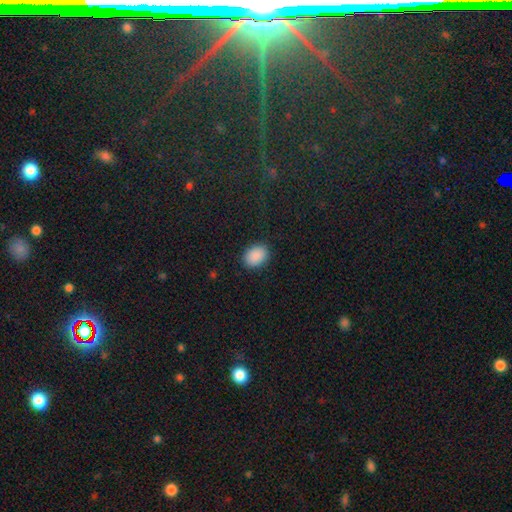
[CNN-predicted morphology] smooth_or_featured: smooth (p=0.90) [alt: star or artifact p=0.07]
how_rounded: in between (p=0.68) [alt: round p=0.31]
merging: none (p=0.89) [alt: minor disturbance p=0.08]